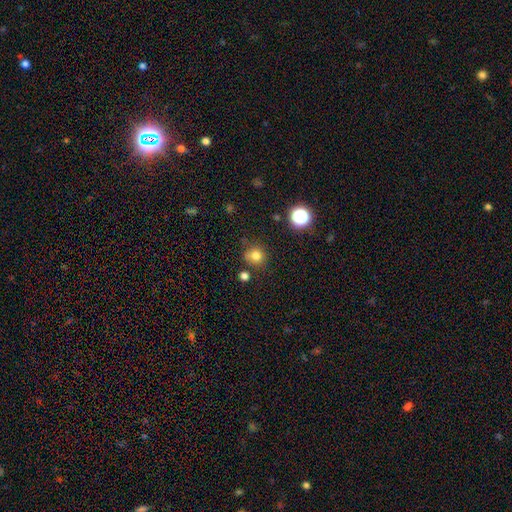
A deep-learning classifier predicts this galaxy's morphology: smooth_or_featured: smooth (p=0.78) [alt: star or artifact p=0.15]
how_rounded: round (p=0.87) [alt: in between p=0.12]
merging: none (p=0.72) [alt: minor disturbance p=0.16]